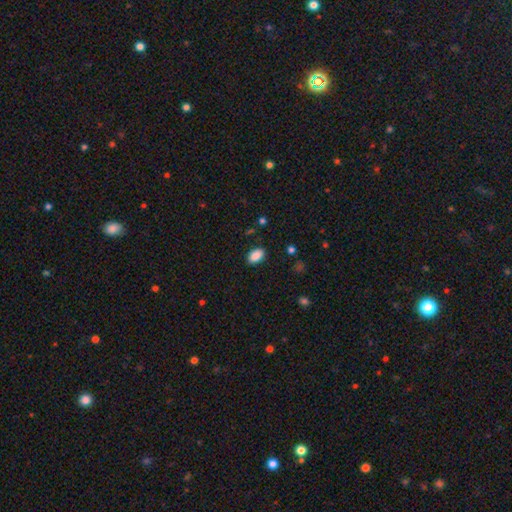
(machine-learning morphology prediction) This appears to be a smooth galaxy with no disk features (89%) that is in between round and cigar-shaped (92%). Merging: none (87%).